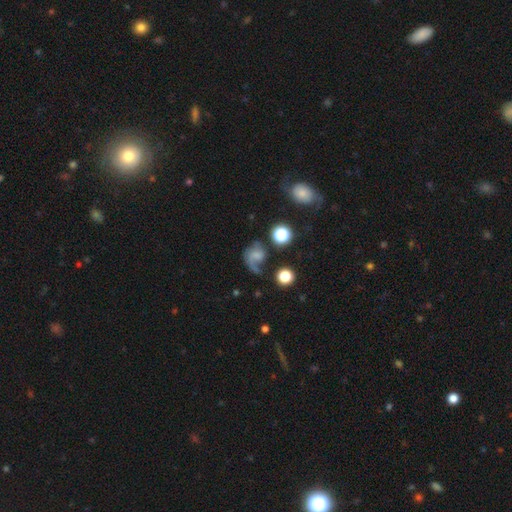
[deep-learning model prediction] smooth_or_featured: featured or disk (p=0.55) [alt: smooth p=0.31]
disk_edge_on: no (p=0.97) [alt: yes p=0.03]
bar: no (p=0.66) [alt: weak p=0.28]
has_spiral_arms: yes (p=0.87) [alt: no p=0.13]
bulge_size: none (p=0.45) [alt: small p=0.27]
merging: none (p=0.37) [alt: major disturbance p=0.35]